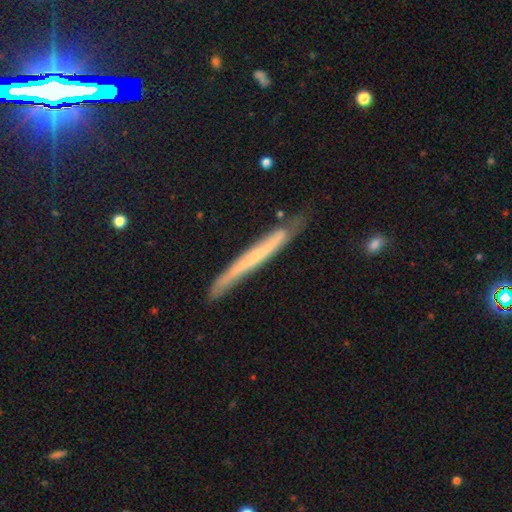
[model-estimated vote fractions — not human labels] smooth_or_featured: featured or disk (p=0.53) [alt: smooth p=0.40]
disk_edge_on: yes (p=0.89) [alt: no p=0.11]
merging: none (p=0.69) [alt: minor disturbance p=0.25]